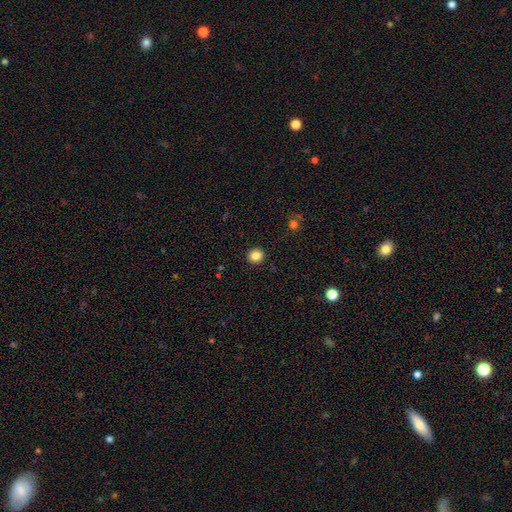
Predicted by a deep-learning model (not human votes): This is clearly a smooth galaxy (85%). How rounded: clearly round (87%). Merging: clearly none (92%).